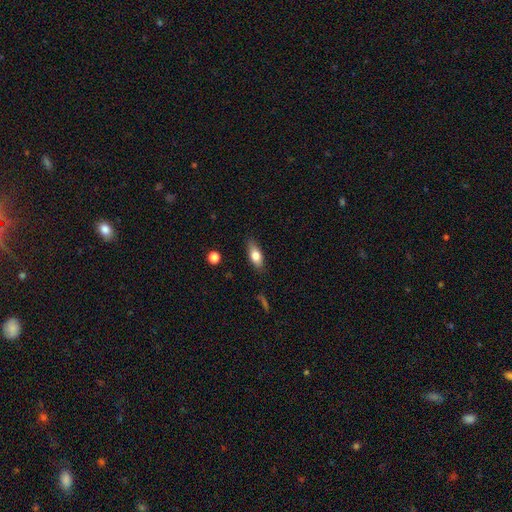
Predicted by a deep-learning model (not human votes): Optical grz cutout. It shows a smooth galaxy with no disk features (73%) that is in between round and cigar-shaped (74%). Merging: none (82%).